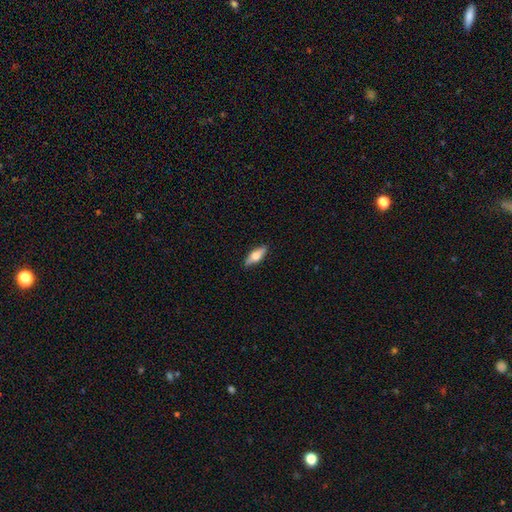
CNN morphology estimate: This appears to be a smooth galaxy with no disk features (57%) that is in between round and cigar-shaped (63%). Merging: none (88%).